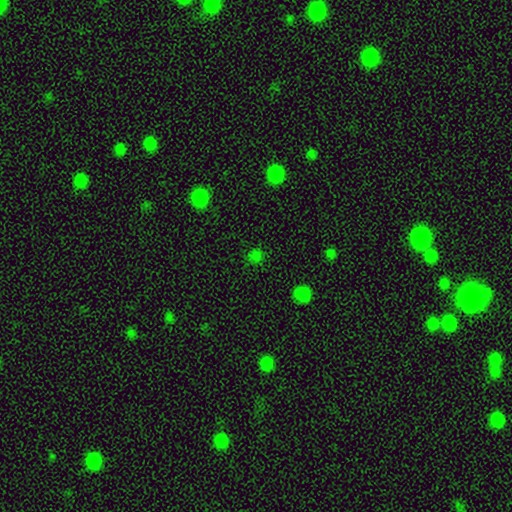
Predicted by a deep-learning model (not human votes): This appears to be a smooth galaxy with no disk features (62%) that is round (86%). Merging: none (86%).